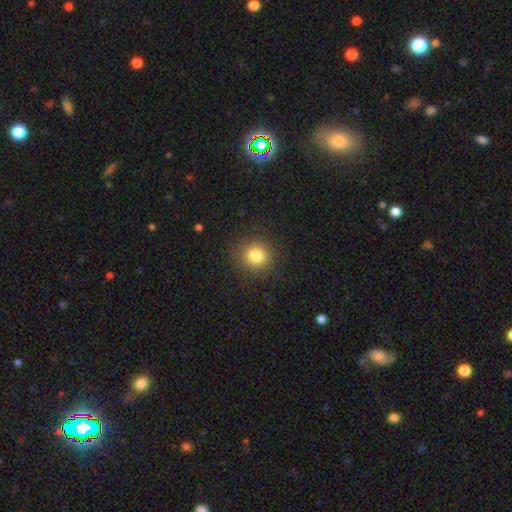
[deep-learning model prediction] Overall: smooth (81%). How rounded: round (92%). Merging: none (89%).